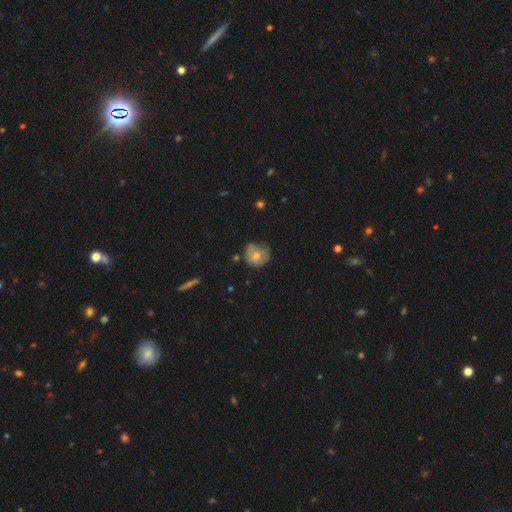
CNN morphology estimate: Smooth or featured? smooth (59%)
How rounded? round (78%)
Merging? none (47%)